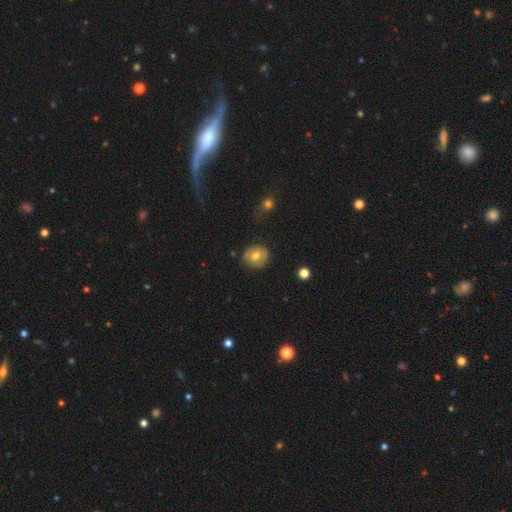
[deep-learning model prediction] smooth_or_featured: smooth (p=0.63) [alt: featured or disk p=0.28]
how_rounded: round (p=0.85) [alt: in between p=0.14]
merging: none (p=0.80) [alt: minor disturbance p=0.14]